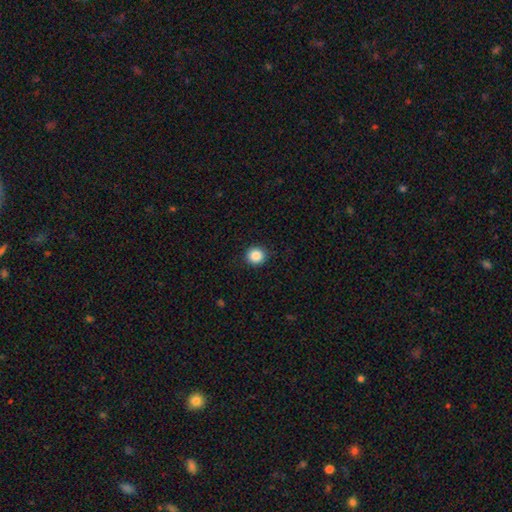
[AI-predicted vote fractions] Morphology: type=smooth (87%); roundness=round (93%); merging=none (92%).